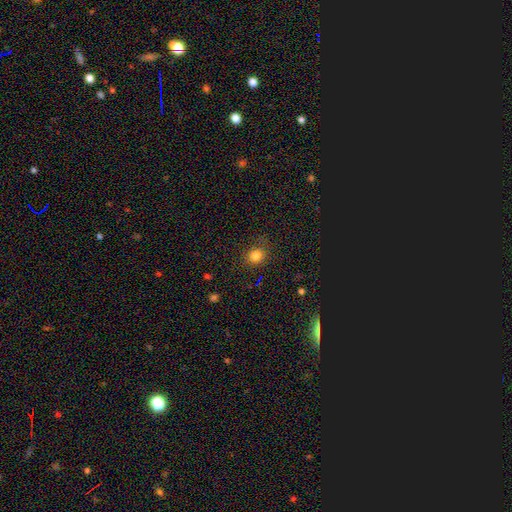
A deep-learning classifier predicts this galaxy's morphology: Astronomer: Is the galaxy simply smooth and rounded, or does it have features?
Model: smooth — 81%.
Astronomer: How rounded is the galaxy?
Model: round — 80%.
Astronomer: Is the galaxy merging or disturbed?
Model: none — 83%.